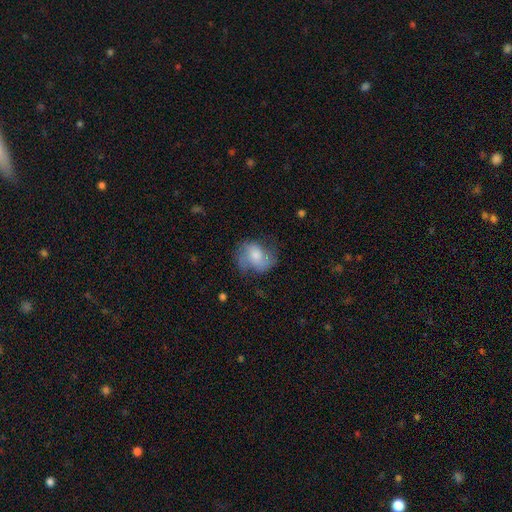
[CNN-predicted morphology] Smooth or featured?
  - featured or disk: 49% *
  - smooth: 43%
  - star or artifact: 8%
Merging?
  - none: 51% *
  - minor disturbance: 27%
  - major disturbance: 21%
  - merger: 2%